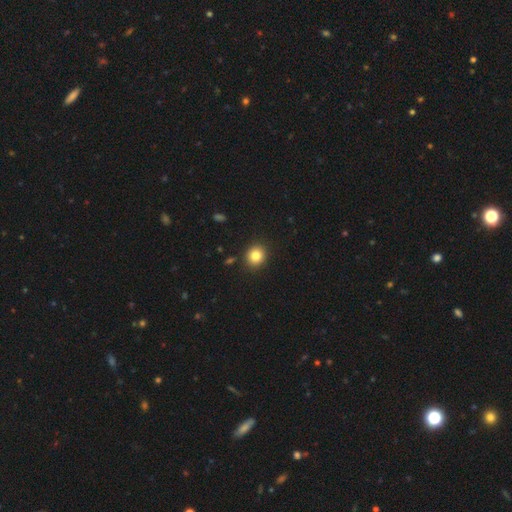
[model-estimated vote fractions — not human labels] Overall: smooth (83%). How rounded: round (83%). Merging: none (90%).